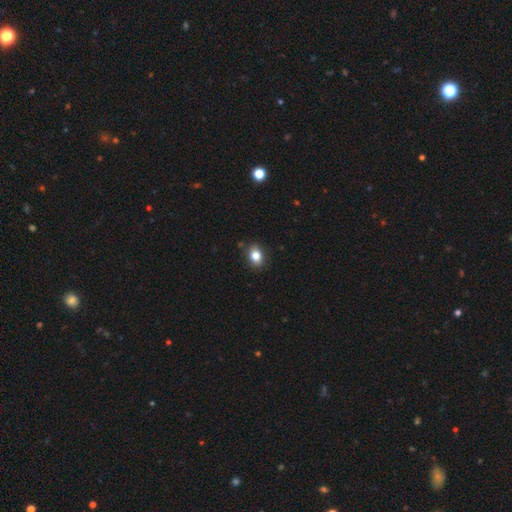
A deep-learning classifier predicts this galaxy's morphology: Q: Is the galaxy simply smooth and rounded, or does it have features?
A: smooth — 82%.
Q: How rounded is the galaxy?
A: in between — 66%.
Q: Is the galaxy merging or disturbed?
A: none — 85%.